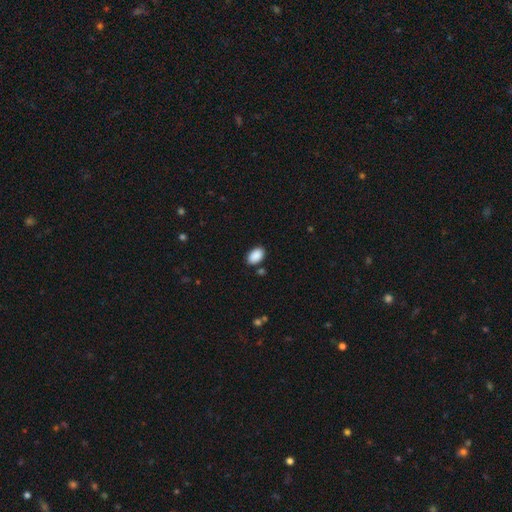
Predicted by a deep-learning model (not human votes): A smooth galaxy with no disk features (90%) that is in between round and cigar-shaped (91%).

Vote fractions:
- Smooth or featured? smooth: 90% / star or artifact: 7% / featured or disk: 3%
- How rounded? in between: 91% / round: 8% / cigar-shaped: 1%
- Merging? none: 83% / minor disturbance: 11% / merger: 3% / major disturbance: 3%